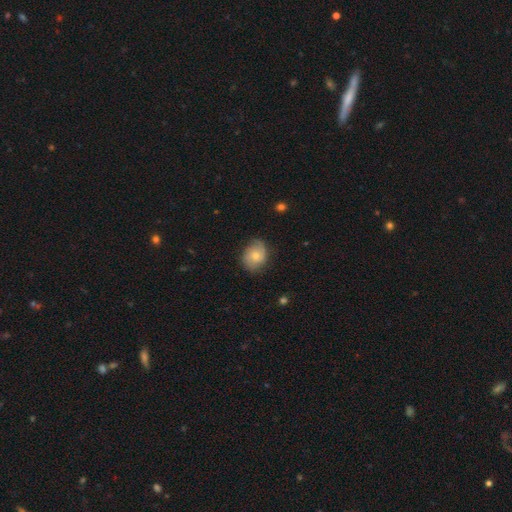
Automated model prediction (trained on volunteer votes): Smooth or featured: smooth — 50% (featured or disk — 42%)
How rounded: round — 53% (in between — 46%)
Merging: none — 71% (minor disturbance — 22%)